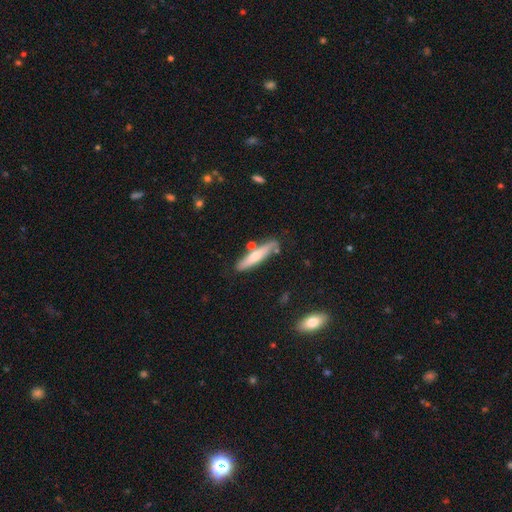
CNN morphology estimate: smooth 55%, featured or disk 39%, star or artifact 6%. Down the decision tree: how rounded — cigar-shaped (86%); merging — none (76%).